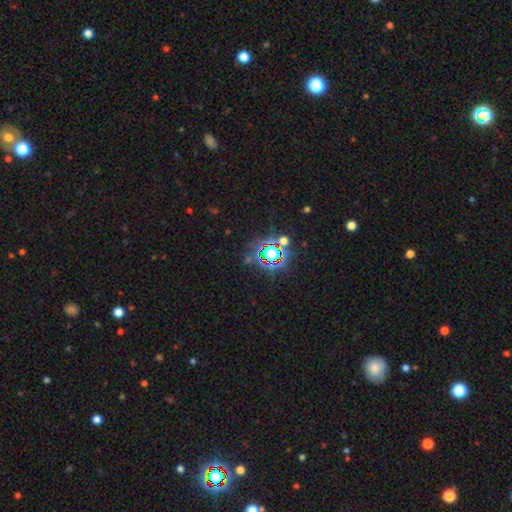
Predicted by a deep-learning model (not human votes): A star or artifact, not a galaxy (79%).

Vote fractions:
- Smooth or featured? star or artifact: 79% / smooth: 13% / featured or disk: 8%